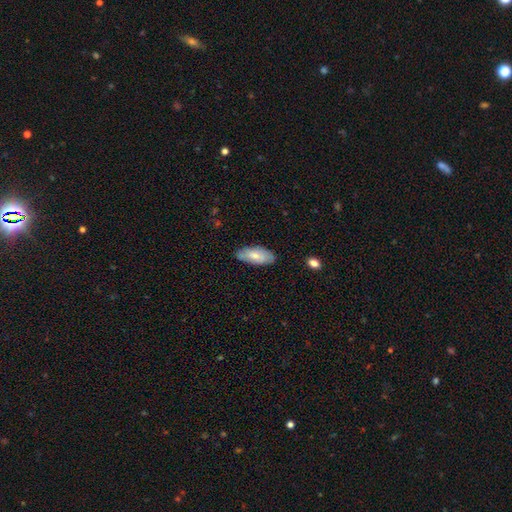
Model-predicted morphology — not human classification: Smooth or featured?
  - smooth: 72% *
  - featured or disk: 22%
  - star or artifact: 6%
How rounded?
  - in between: 87% *
  - cigar-shaped: 11%
  - round: 2%
Merging?
  - none: 80% *
  - minor disturbance: 16%
  - major disturbance: 3%
  - merger: 1%